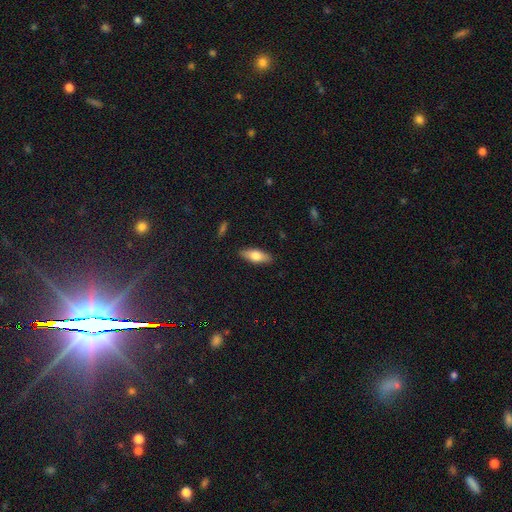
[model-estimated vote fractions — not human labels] This appears to be a smooth galaxy with no disk features (70%) that is in between round and cigar-shaped (71%). Merging: none (88%).